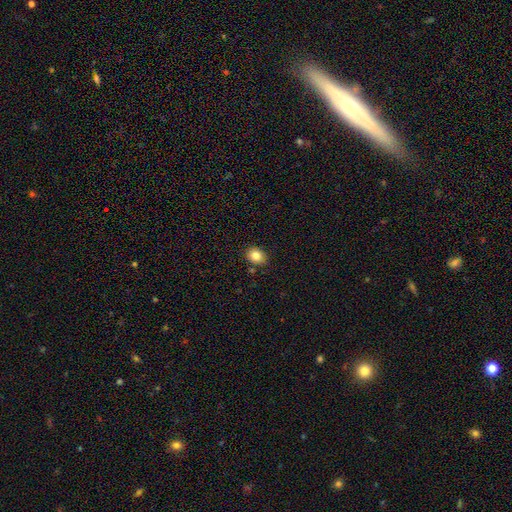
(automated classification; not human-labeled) The model was most divided on "how rounded": round: 50%, in between: 49%, cigar-shaped: 1%. More confident: merging — none (85%); smooth or featured — smooth (84%).